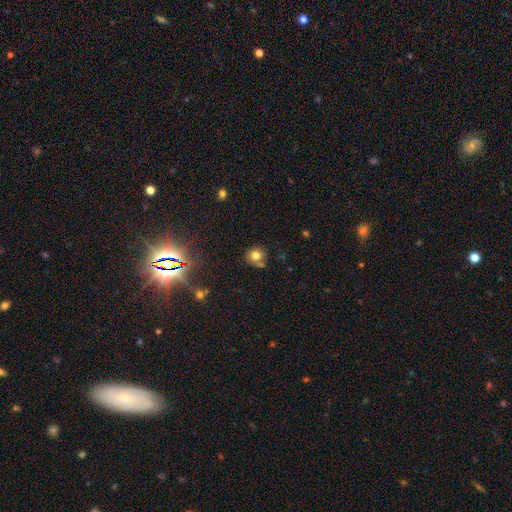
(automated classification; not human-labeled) This appears to be a smooth galaxy with no disk features (75%) that is round (84%). Merging: none (66%).